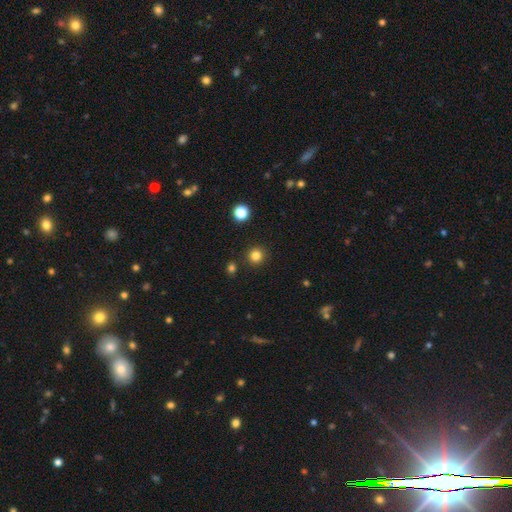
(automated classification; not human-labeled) Morphology: type=smooth (82%); roundness=round (94%); merging=none (90%).